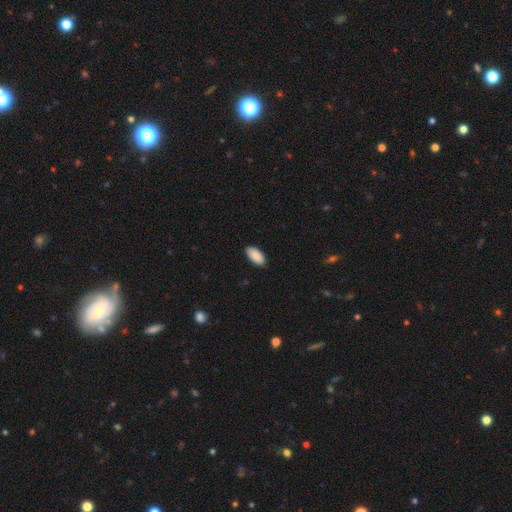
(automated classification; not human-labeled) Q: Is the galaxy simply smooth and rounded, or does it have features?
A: smooth — 90%.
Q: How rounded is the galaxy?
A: in between — 95%.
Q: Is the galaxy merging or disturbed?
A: none — 89%.